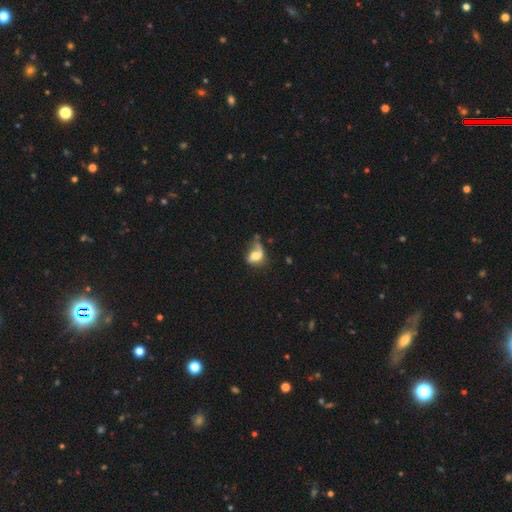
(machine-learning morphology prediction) smooth-or-featured: smooth: 48% | featured or disk: 42% | star or artifact: 10%
  merging: major disturbance: 36% | none: 29% | minor disturbance: 23% | merger: 13%